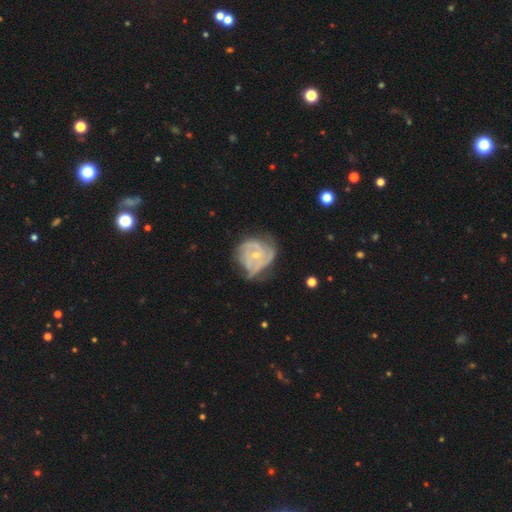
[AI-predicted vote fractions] featured or disk 78%, smooth 16%, star or artifact 6%. Down the decision tree: edge-on disk — no (98%); bar — no (73%); spiral arms — yes (84%); spiral arm count — can't tell (32%); spiral winding — tight (59%); bulge size — small (62%); merging — none (42%).